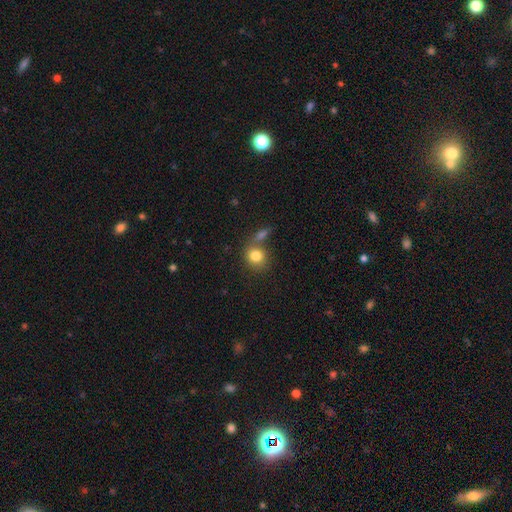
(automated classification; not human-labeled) Overall: smooth (82%). How rounded: round (76%). Merging: none (55%; merger 28%).